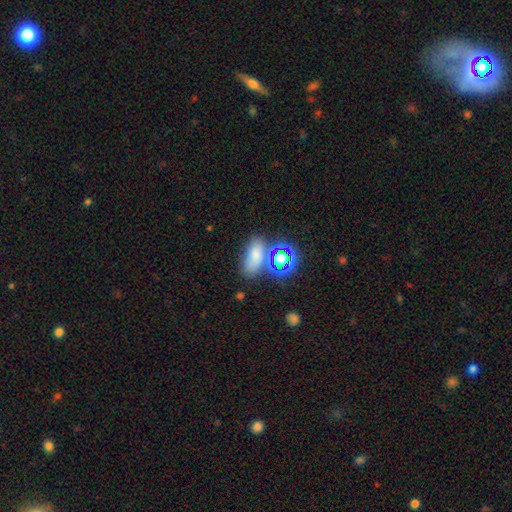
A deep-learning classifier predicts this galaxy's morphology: Smooth or featured: smooth — 66% (star or artifact — 25%)
How rounded: in between — 82% (round — 13%)
Merging: none — 63% (merger — 16%)